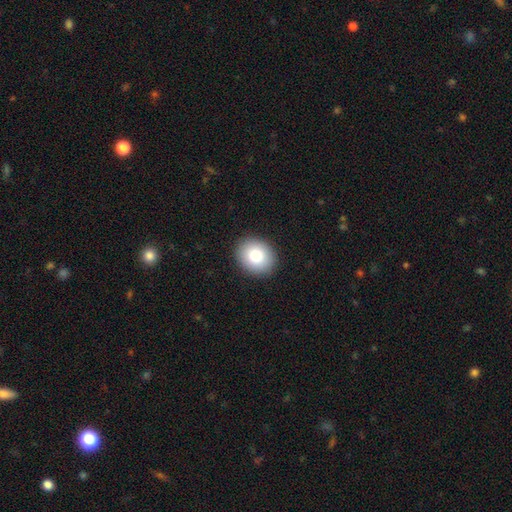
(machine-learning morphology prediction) Overall: smooth (83%). How rounded: round (63%; in between 37%). Merging: none (91%).